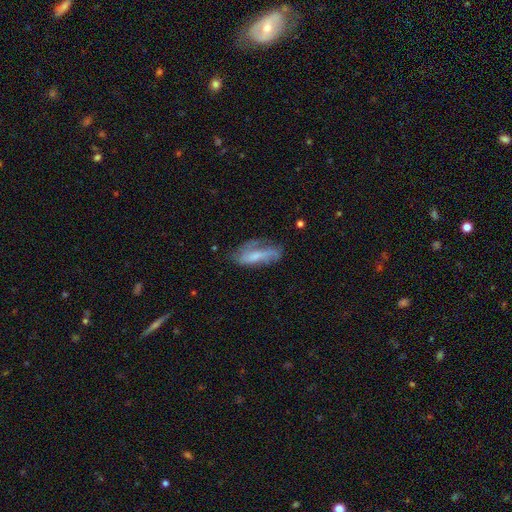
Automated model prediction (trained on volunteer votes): The model was most divided on "smooth or featured": featured or disk: 47%, smooth: 45%, star or artifact: 8%. Remaining: merging — none (44%).